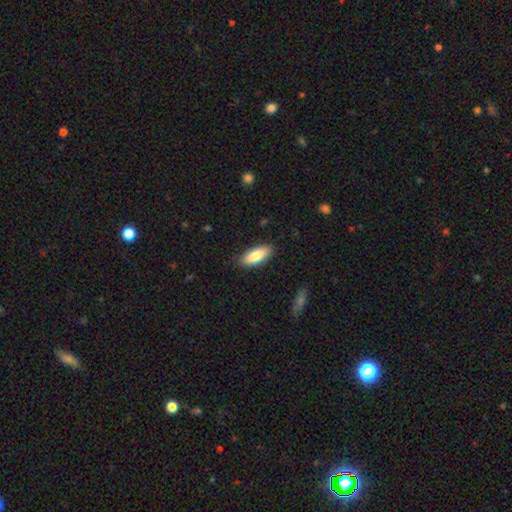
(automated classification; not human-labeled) Morphology: type=smooth (81%); roundness=in between (78%); merging=none (85%).